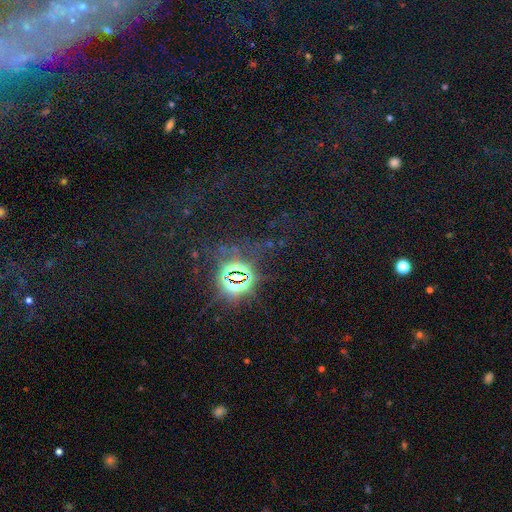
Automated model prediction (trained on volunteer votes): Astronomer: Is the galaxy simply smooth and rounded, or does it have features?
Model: star or artifact — 79%.